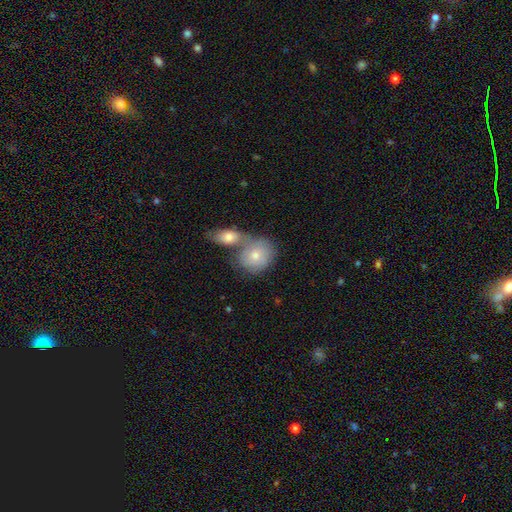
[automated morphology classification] type=smooth (75%); roundness=round (63%); merging=merger (54%).